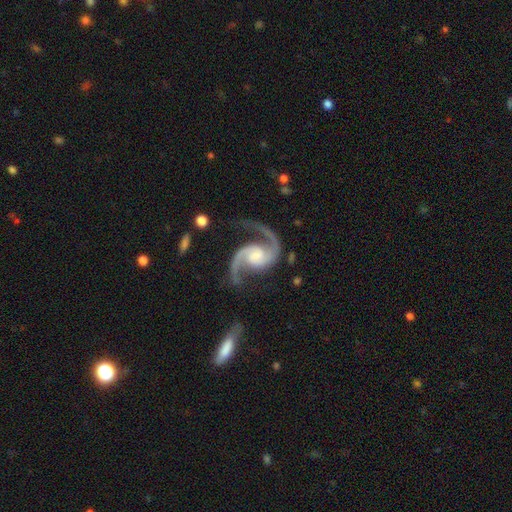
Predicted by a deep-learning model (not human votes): Morphology: type=featured or disk (94%); edge-on=no (98%); bar=no (53%); spiral arms=yes (99%); winding=medium (49%); arm count=2 (94%); bulge=moderate (35%); merging=none (74%).